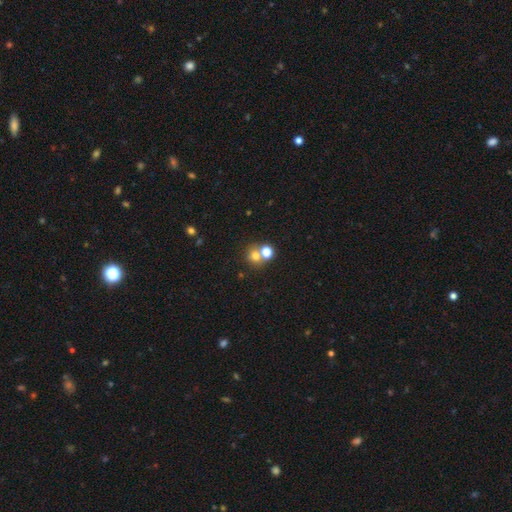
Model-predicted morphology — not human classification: Smooth or featured?
  - smooth: 70% *
  - star or artifact: 17%
  - featured or disk: 12%
How rounded?
  - round: 81% *
  - in between: 18%
  - cigar-shaped: 1%
Merging?
  - none: 48% *
  - merger: 42%
  - minor disturbance: 7%
  - major disturbance: 4%